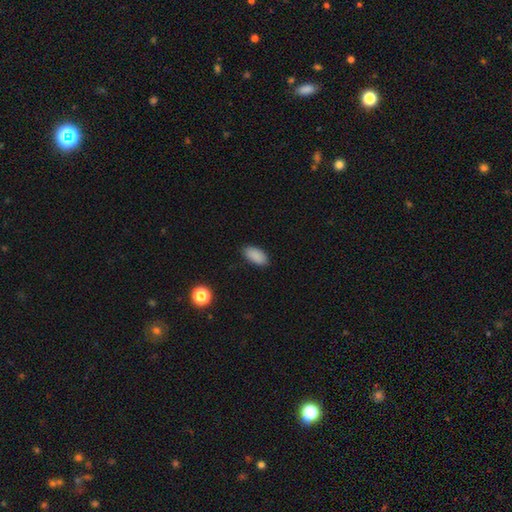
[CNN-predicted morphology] A smooth galaxy with no disk features (89%) that is in between round and cigar-shaped (92%). Merging: none (87%).